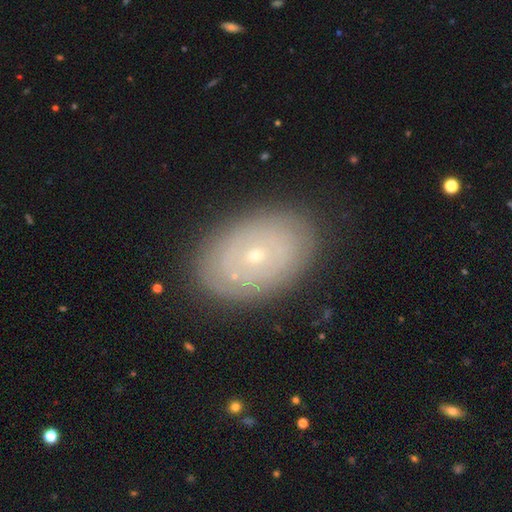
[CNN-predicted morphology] A featured or disk galaxy (59%) with no bar (87%), no spiral arms (53%) and a small central bulge (76%). Merging: none (84%).